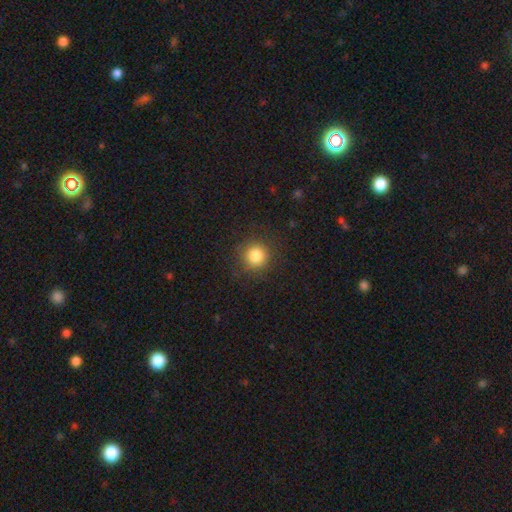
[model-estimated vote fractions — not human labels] Q: Smooth or featured?
A: smooth (83%); runner-up: star or artifact (12%)
Q: How rounded?
A: round (94%); runner-up: in between (5%)
Q: Merging?
A: none (87%); runner-up: minor disturbance (8%)